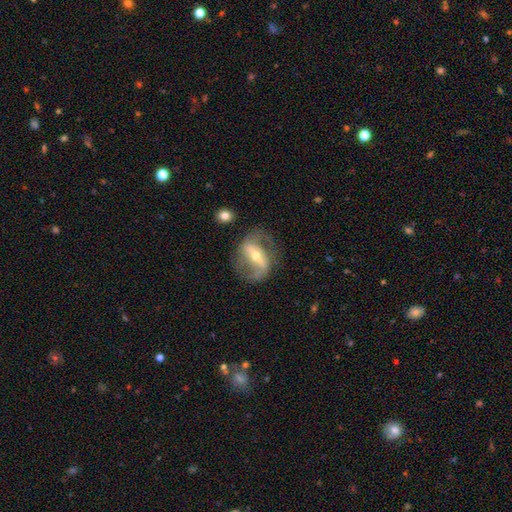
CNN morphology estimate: A featured or disk galaxy (82%) with a strong bar (64%), 2 (84%) medium (43%) spiral arms (83%) and a moderate central bulge (50%). Merging: none (69%).